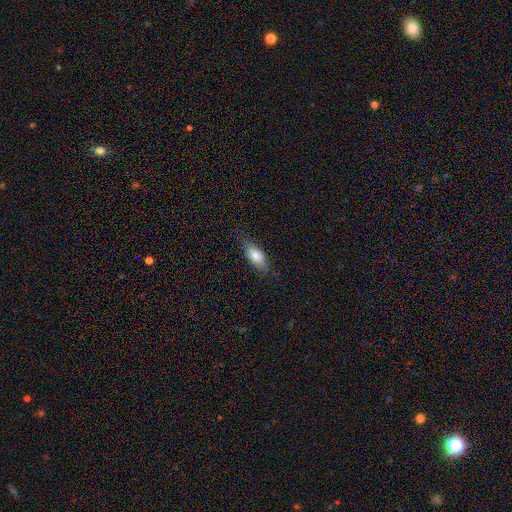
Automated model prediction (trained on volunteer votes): Smooth or featured: smooth — 79% (featured or disk — 14%)
How rounded: in between — 79% (cigar-shaped — 19%)
Merging: none — 75% (minor disturbance — 19%)